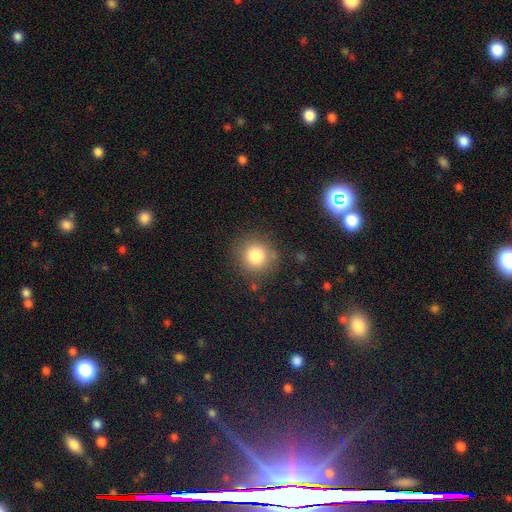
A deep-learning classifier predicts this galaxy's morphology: Smooth or featured: smooth — 82% (star or artifact — 11%)
How rounded: round — 92% (in between — 7%)
Merging: none — 84% (minor disturbance — 10%)